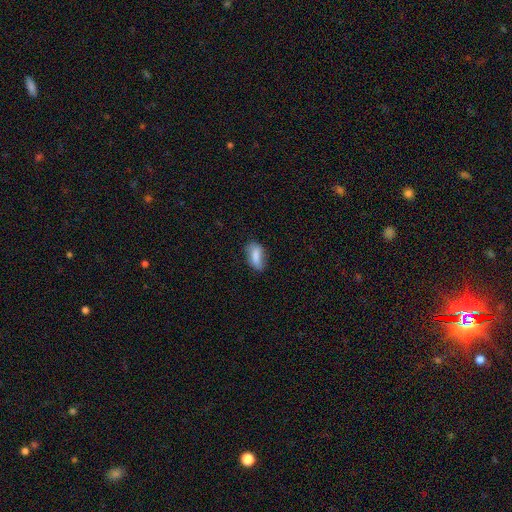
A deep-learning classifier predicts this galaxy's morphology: This appears to be a smooth galaxy with no disk features (78%) that is in between round and cigar-shaped (85%). Merging: none (60%).